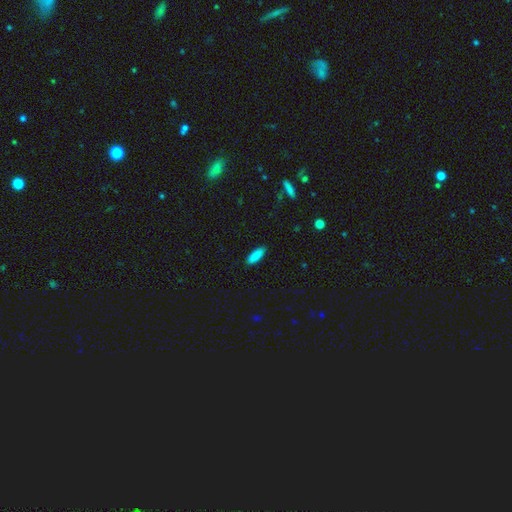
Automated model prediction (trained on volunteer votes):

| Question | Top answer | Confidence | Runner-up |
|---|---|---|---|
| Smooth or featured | smooth | 87% | star or artifact (7%) |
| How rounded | in between | 63% | cigar-shaped (35%) |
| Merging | none | 88% | minor disturbance (10%) |